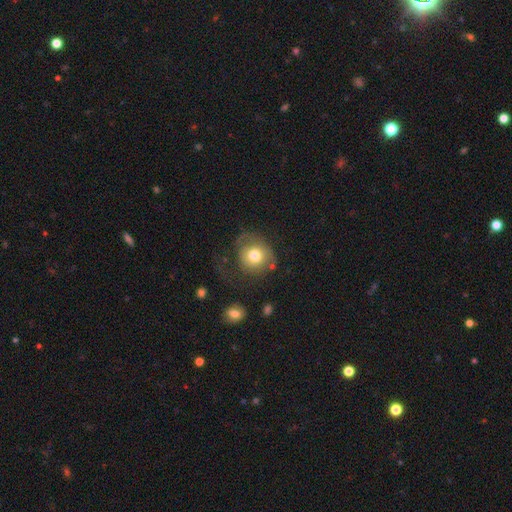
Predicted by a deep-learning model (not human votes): Smooth or featured? smooth (71%)
How rounded? round (84%)
Merging? none (48%)